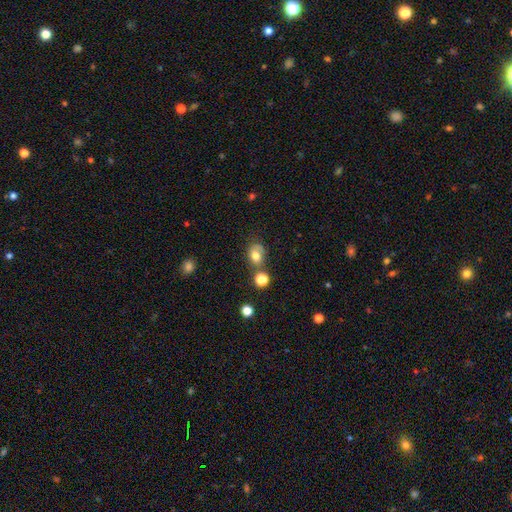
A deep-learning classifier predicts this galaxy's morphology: Smooth or featured? Predicted: smooth (p=0.69). How rounded? Predicted: in between (p=0.59). Merging? Predicted: none (p=0.46).